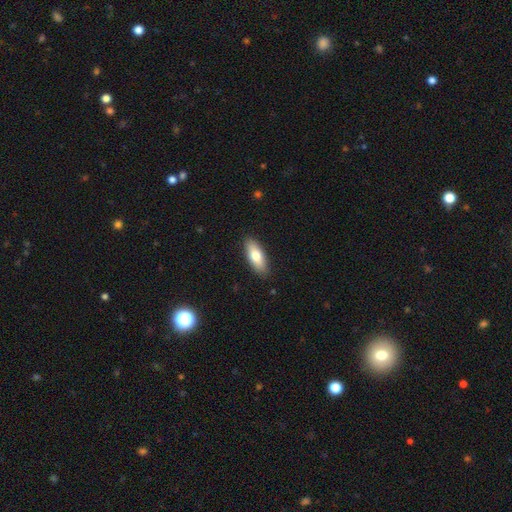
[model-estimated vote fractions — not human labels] A smooth galaxy with no disk features (75%) that is in between round and cigar-shaped (73%). Merging: none (88%).